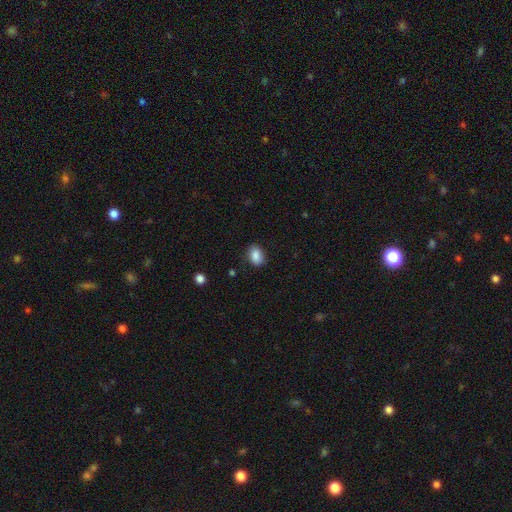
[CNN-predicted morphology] smooth-or-featured: smooth: 87% | star or artifact: 8% | featured or disk: 4%
  how-rounded: in between: 78% | round: 20% | cigar-shaped: 1%
  merging: none: 83% | minor disturbance: 13% | major disturbance: 3% | merger: 1%